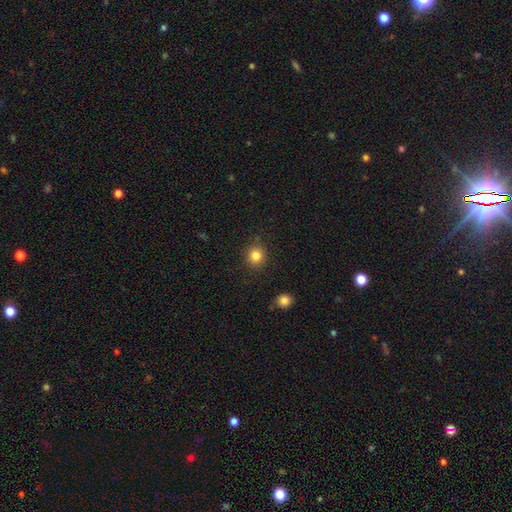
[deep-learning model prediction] Smooth or featured? smooth (83%)
How rounded? round (88%)
Merging? none (88%)